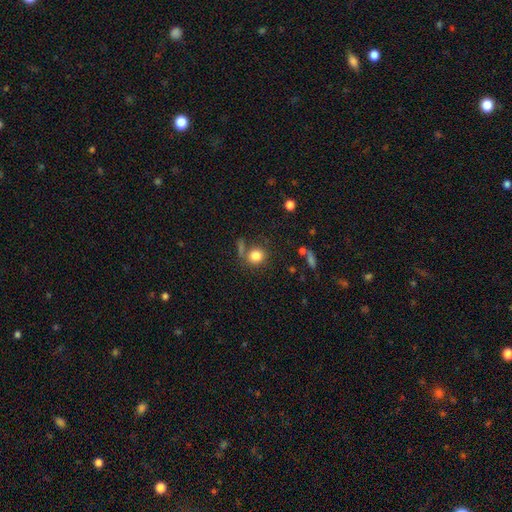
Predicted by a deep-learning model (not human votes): Smooth or featured? Predicted: smooth (p=0.82). How rounded? Predicted: round (p=0.81). Merging? Predicted: none (p=0.69).